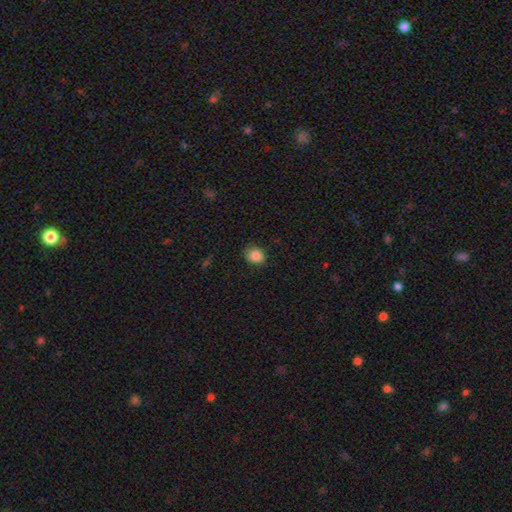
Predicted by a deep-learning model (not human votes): A smooth galaxy with no disk features (87%) that is round (66%).

Vote fractions:
- Smooth or featured? smooth: 87% / star or artifact: 9% / featured or disk: 4%
- How rounded? round: 66% / in between: 33% / cigar-shaped: 1%
- Merging? none: 78% / minor disturbance: 18% / major disturbance: 4% / merger: 1%